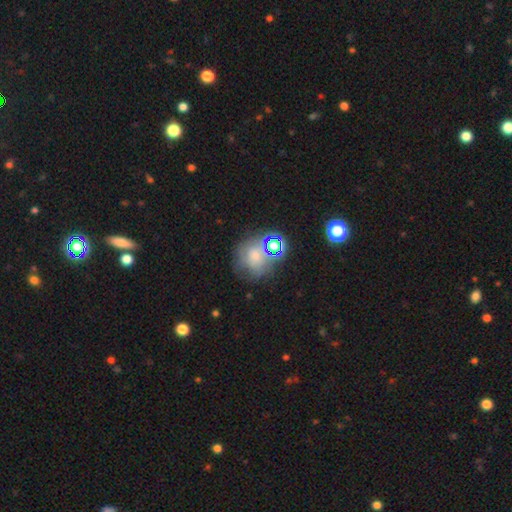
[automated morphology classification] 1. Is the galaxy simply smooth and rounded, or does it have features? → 50% smooth, 26% star or artifact, 24% featured or disk.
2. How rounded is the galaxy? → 77% round, 22% in between, 1% cigar-shaped.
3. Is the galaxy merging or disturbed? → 51% none, 19% minor disturbance, 16% merger, 14% major disturbance.